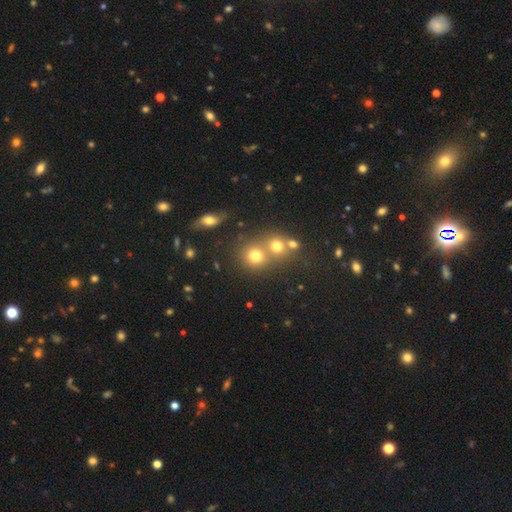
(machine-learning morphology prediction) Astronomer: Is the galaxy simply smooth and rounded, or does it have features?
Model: smooth — 73%.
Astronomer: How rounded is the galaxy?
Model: round — 83%.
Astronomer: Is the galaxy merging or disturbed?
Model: none — 49% (runner-up: merger, 40%).